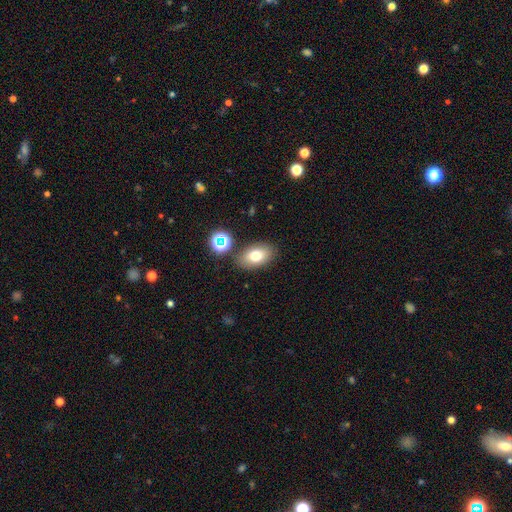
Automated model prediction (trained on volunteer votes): Q: Smooth or featured?
A: smooth (74%); runner-up: featured or disk (15%)
Q: How rounded?
A: in between (86%); runner-up: round (12%)
Q: Merging?
A: none (82%); runner-up: minor disturbance (10%)